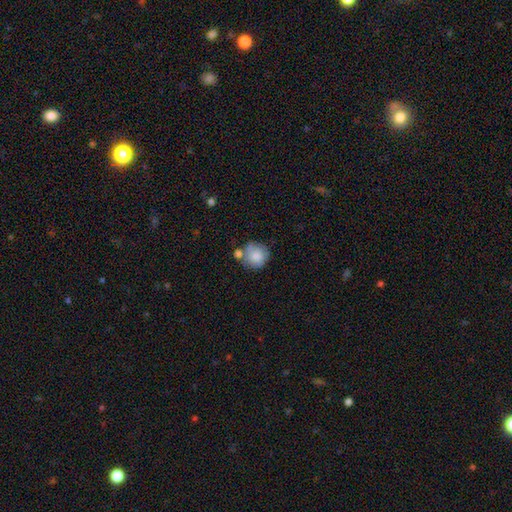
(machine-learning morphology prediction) Q: Smooth or featured?
A: smooth (77%); runner-up: featured or disk (16%)
Q: How rounded?
A: round (88%); runner-up: in between (11%)
Q: Merging?
A: none (52%); runner-up: merger (22%)